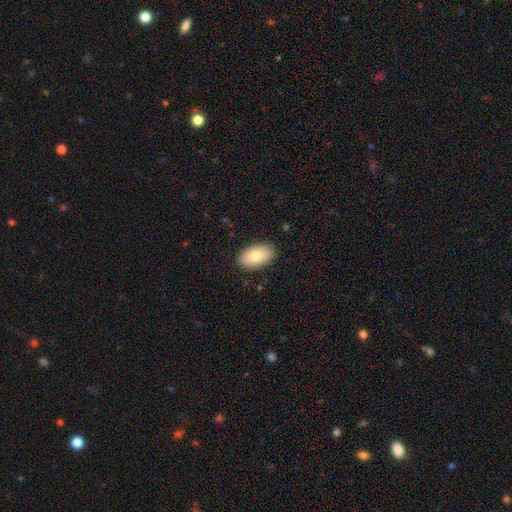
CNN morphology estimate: This appears to be a smooth galaxy with no disk features (83%) that is in between round and cigar-shaped (95%). Merging: none (87%).